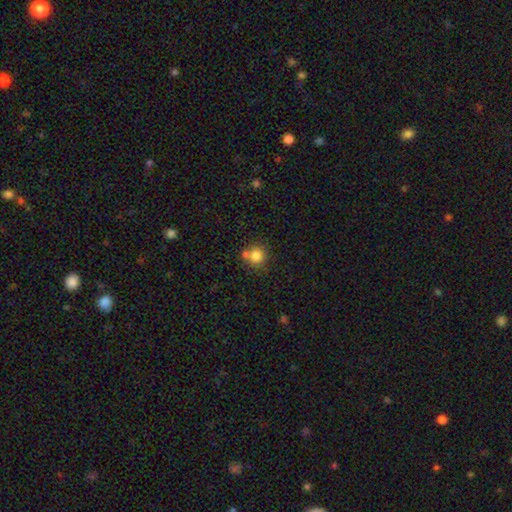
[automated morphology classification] type=smooth (81%); roundness=round (88%); merging=none (59%).